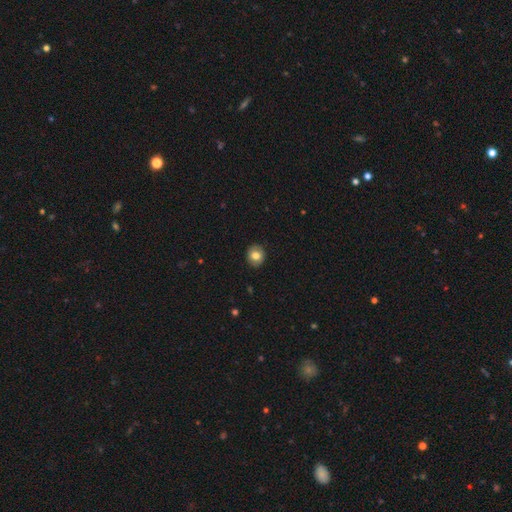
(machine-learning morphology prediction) Smooth or featured? Predicted: smooth (p=0.80). How rounded? Predicted: round (p=0.80). Merging? Predicted: none (p=0.90).